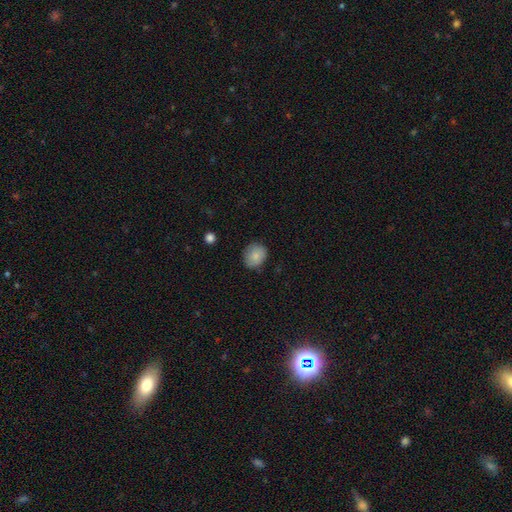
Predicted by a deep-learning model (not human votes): Overall: smooth (84%). How rounded: round (69%; in between 31%). Merging: none (79%).